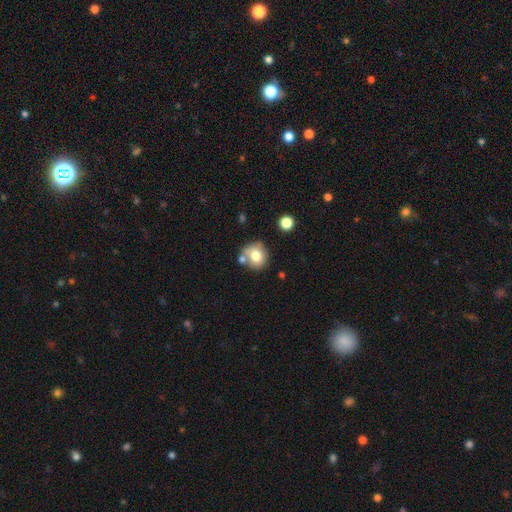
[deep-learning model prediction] Smooth or featured? Predicted: smooth (p=0.74). How rounded? Predicted: round (p=0.83). Merging? Predicted: none (p=0.61).